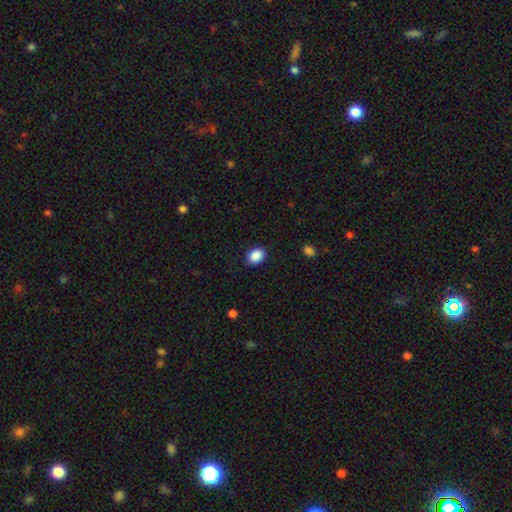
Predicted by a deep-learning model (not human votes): A smooth galaxy with no disk features (89%) that is in between round and cigar-shaped (60%). Merging: none (89%).